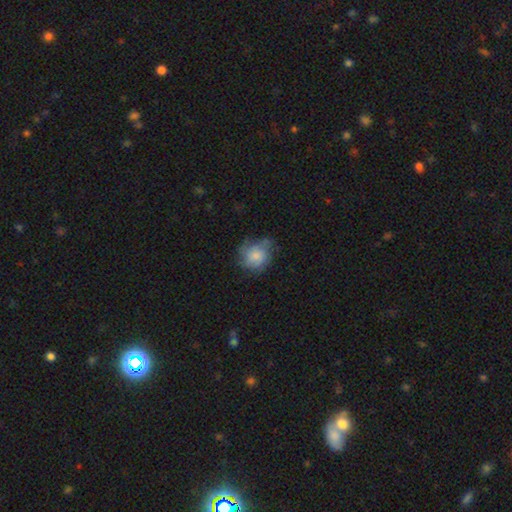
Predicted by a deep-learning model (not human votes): Morphology: type=smooth (66%); roundness=round (76%); merging=none (51%).